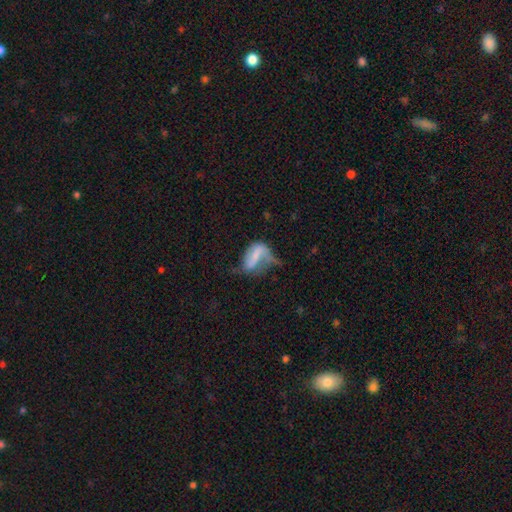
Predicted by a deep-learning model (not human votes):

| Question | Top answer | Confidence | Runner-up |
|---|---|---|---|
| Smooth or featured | featured or disk | 46% | smooth (45%) |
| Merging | major disturbance | 45% | minor disturbance (26%) |